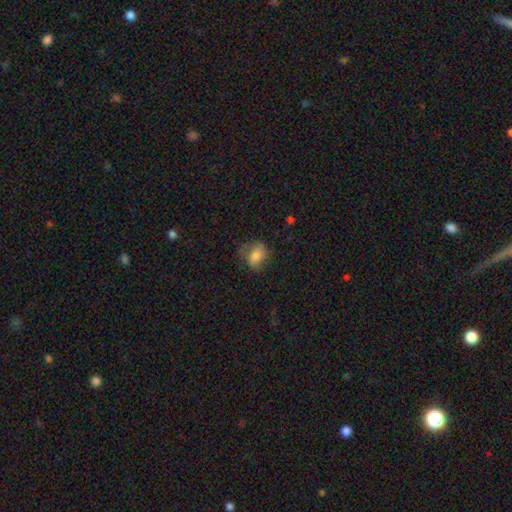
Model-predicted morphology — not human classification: Smooth or featured: smooth — 55% (featured or disk — 36%)
How rounded: in between — 54% (round — 44%)
Merging: none — 58% (minor disturbance — 24%)